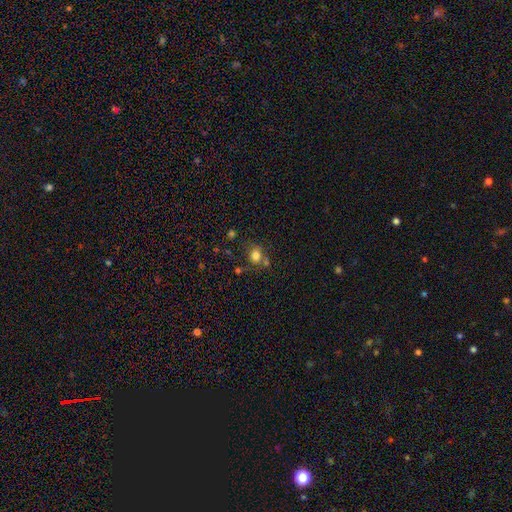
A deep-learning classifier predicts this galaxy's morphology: smooth 77%, star or artifact 14%, featured or disk 9%. Down the decision tree: how rounded — round (66%); merging — none (56%).